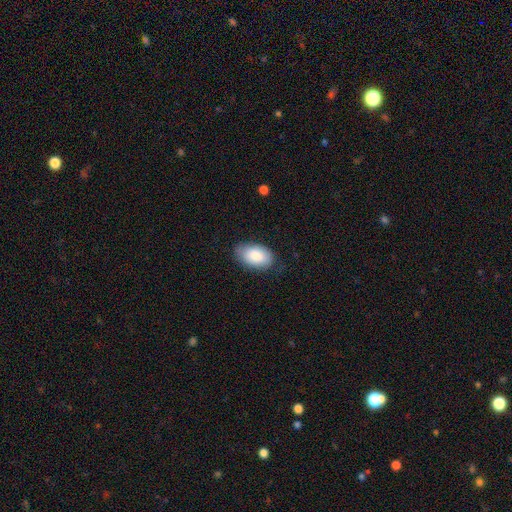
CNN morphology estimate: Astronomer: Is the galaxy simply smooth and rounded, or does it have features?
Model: smooth — 85%.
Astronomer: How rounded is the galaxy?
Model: in between — 93%.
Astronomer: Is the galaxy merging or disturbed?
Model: none — 74%.